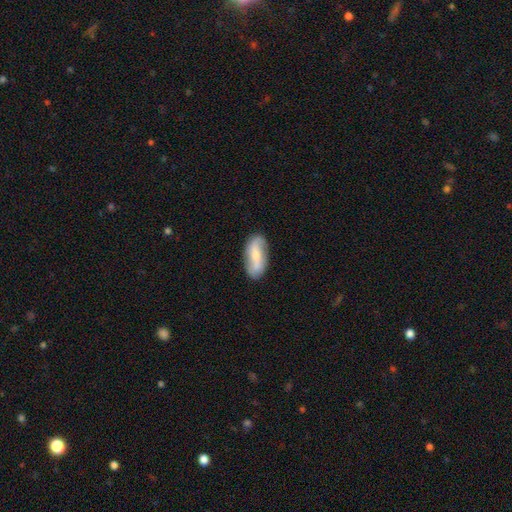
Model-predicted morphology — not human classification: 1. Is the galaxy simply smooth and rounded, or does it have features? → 55% featured or disk, 38% smooth, 6% star or artifact.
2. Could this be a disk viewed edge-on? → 89% no, 11% yes.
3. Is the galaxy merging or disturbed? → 84% none, 12% minor disturbance, 3% major disturbance, 1% merger.